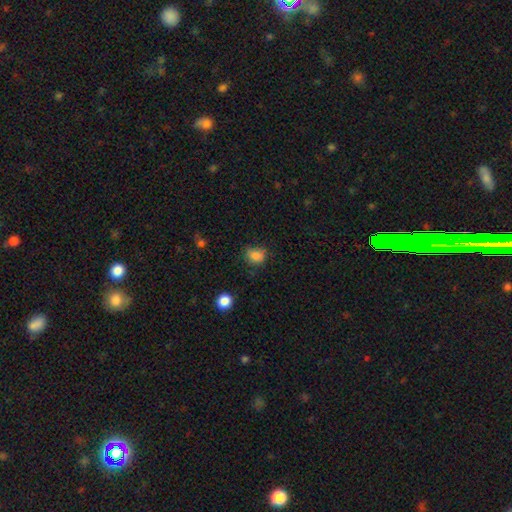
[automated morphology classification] Q: Smooth or featured?
A: smooth (82%); runner-up: star or artifact (12%)
Q: How rounded?
A: round (59%); runner-up: in between (40%)
Q: Merging?
A: none (65%); runner-up: minor disturbance (26%)